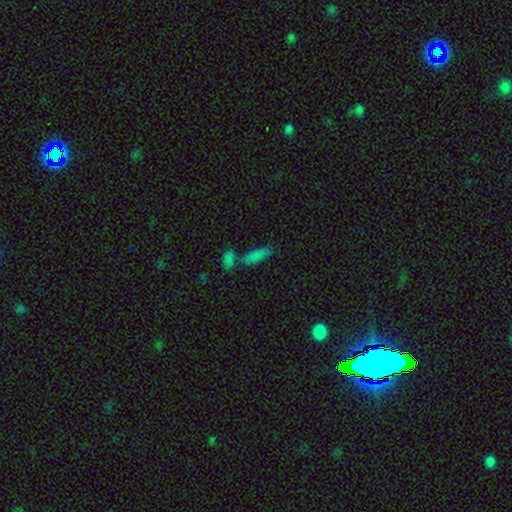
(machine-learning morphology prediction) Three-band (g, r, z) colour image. It shows a smooth galaxy with no disk features (80%) that is in between round and cigar-shaped (51%). Merging: none (61%).